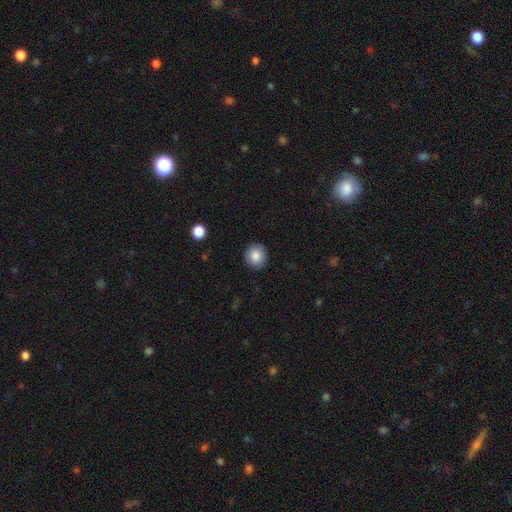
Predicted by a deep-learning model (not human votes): Smooth or featured? smooth (86%)
How rounded? round (81%)
Merging? none (90%)